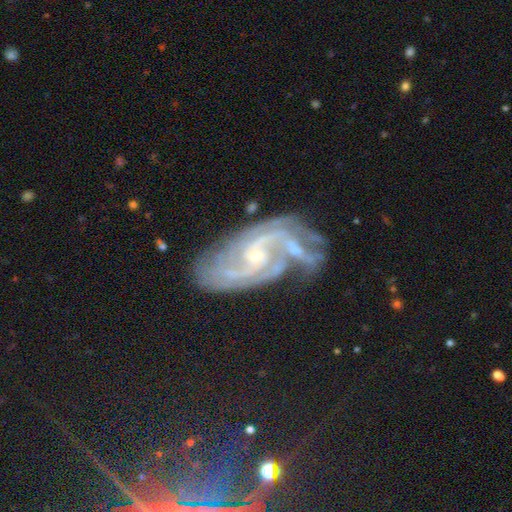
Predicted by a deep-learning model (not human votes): This is clearly a featured or disk galaxy (81%). It is clearly not viewed edge-on (96%). Bar: possibly no (54%). Spiral arm pattern: clearly yes (96%). Spiral arm count: marginally 2 (42%). Spiral winding: marginally medium (43%). Central bulge: likely small (77%). Merging: possibly none (46%).